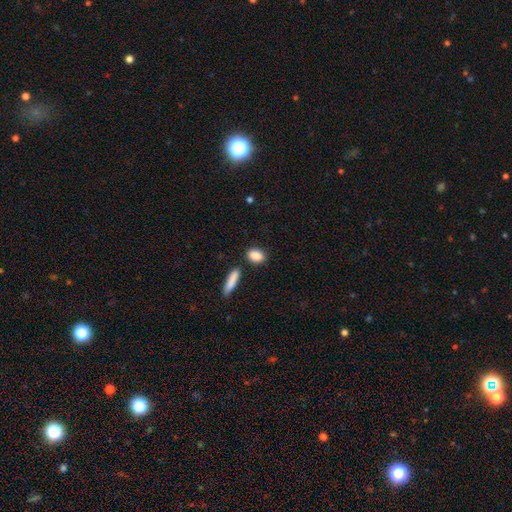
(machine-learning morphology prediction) This is clearly a smooth galaxy (87%). How rounded: likely in between (74%). Merging: likely none (80%).